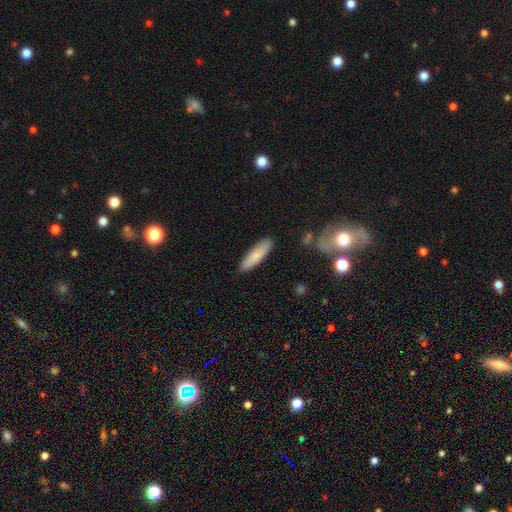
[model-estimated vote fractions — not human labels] Smooth or featured? smooth (82%)
How rounded? cigar-shaped (64%)
Merging? none (87%)